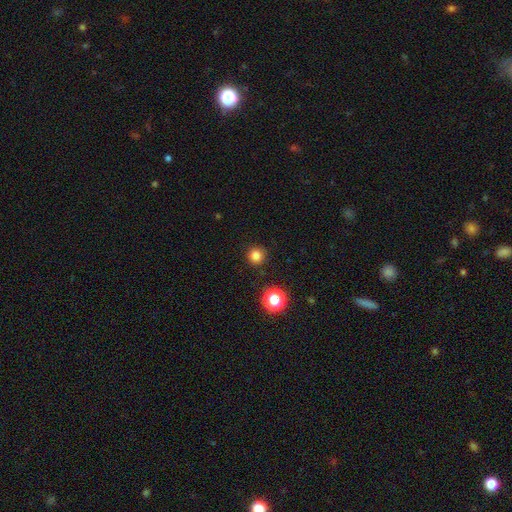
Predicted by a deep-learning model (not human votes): This appears to be a smooth galaxy with no disk features (82%) that is round (95%). Merging: none (90%).